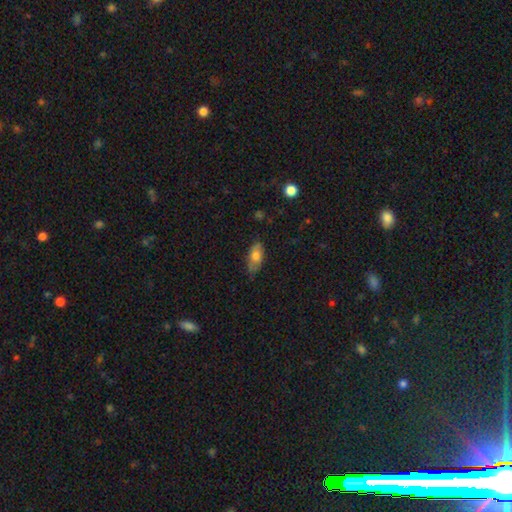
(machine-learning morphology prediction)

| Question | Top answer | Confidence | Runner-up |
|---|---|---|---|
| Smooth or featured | smooth | 73% | featured or disk (20%) |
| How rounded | in between | 86% | cigar-shaped (10%) |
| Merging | none | 69% | minor disturbance (25%) |